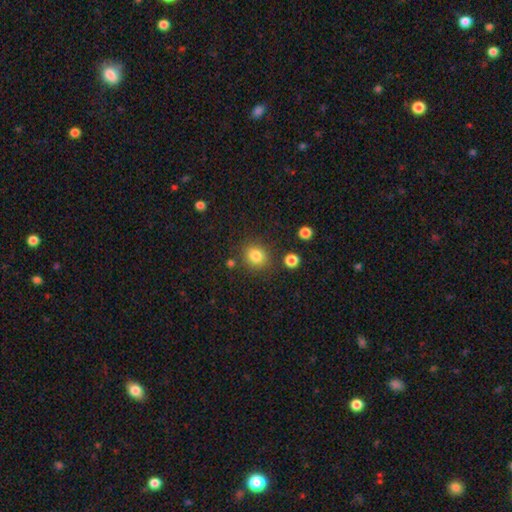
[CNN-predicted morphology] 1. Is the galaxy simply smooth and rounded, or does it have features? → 83% smooth, 11% star or artifact, 5% featured or disk.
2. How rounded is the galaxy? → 81% round, 18% in between, 1% cigar-shaped.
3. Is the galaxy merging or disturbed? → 82% none, 10% minor disturbance, 5% merger, 4% major disturbance.